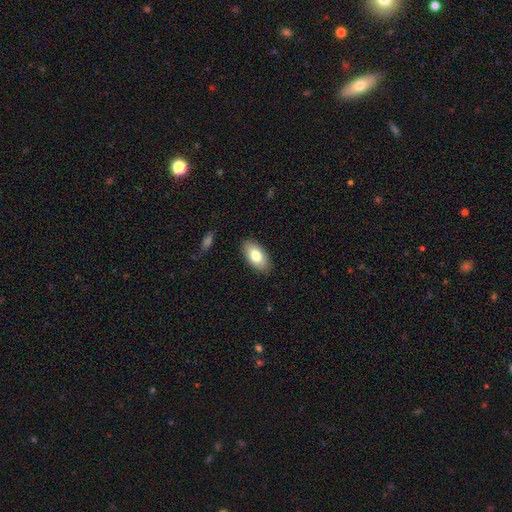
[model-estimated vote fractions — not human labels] smooth 79%, featured or disk 15%, star or artifact 6%. Down the decision tree: how rounded — in between (94%); merging — none (87%).